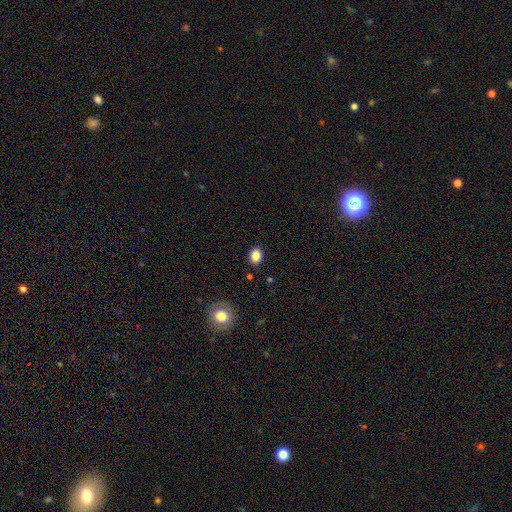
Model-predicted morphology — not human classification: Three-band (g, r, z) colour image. It shows a smooth galaxy with no disk features (85%) that is in between round and cigar-shaped (64%). Merging: none (88%).